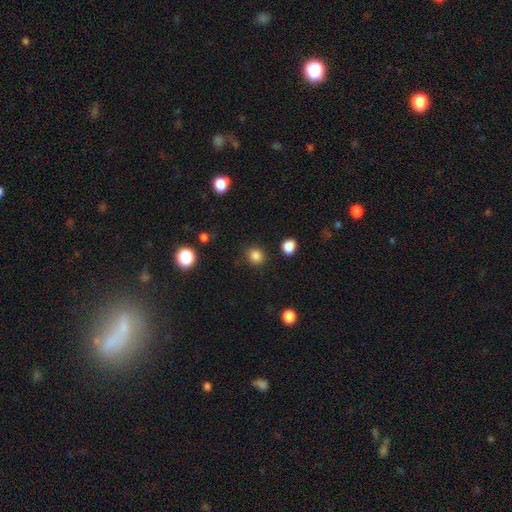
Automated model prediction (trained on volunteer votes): The model was most divided on "how rounded": round: 83%, in between: 16%, cigar-shaped: 1%. More confident: merging — none (87%); smooth or featured — smooth (84%).